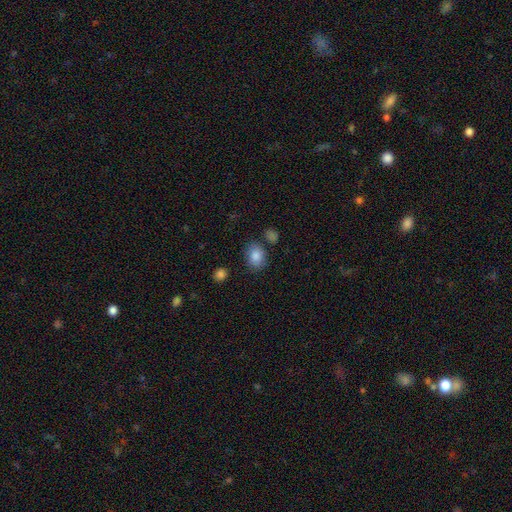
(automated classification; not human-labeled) Smooth or featured: smooth — 86% (star or artifact — 8%)
How rounded: in between — 59% (round — 40%)
Merging: none — 76% (minor disturbance — 14%)